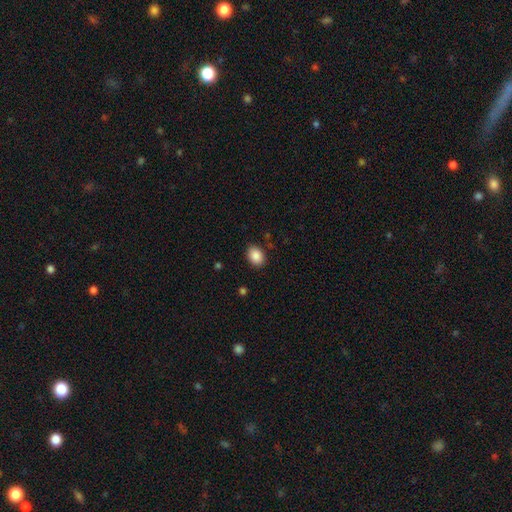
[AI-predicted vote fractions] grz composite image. It shows a smooth galaxy with no disk features (88%) that is in between round and cigar-shaped (71%). Merging: none (87%).